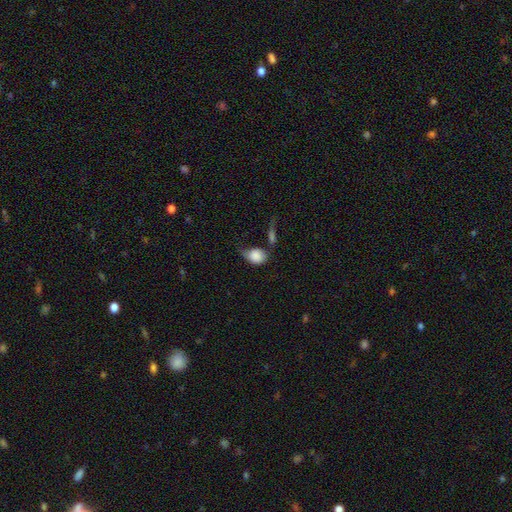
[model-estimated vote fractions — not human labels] A smooth galaxy with no disk features (82%) that is round (49%, tied with in between). Merging: minor disturbance (29%).